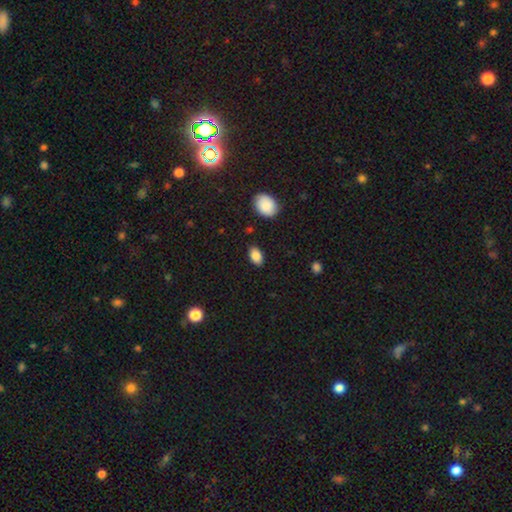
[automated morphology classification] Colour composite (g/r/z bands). It shows a smooth galaxy with no disk features (87%) that is in between round and cigar-shaped (89%). Merging: none (85%).